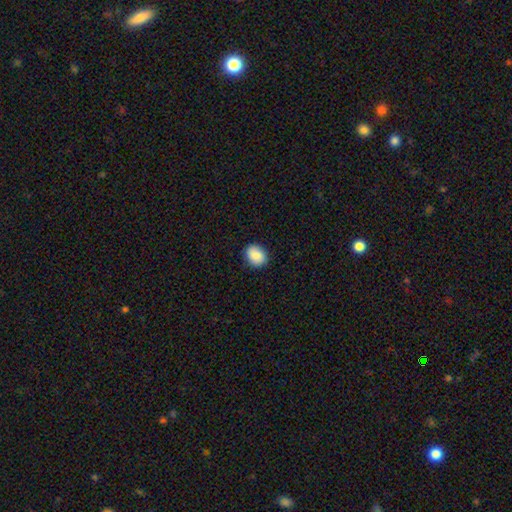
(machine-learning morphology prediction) smooth_or_featured: smooth (p=0.86) [alt: star or artifact p=0.07]
how_rounded: round (p=0.50) [alt: in between p=0.49]
merging: none (p=0.86) [alt: minor disturbance p=0.11]